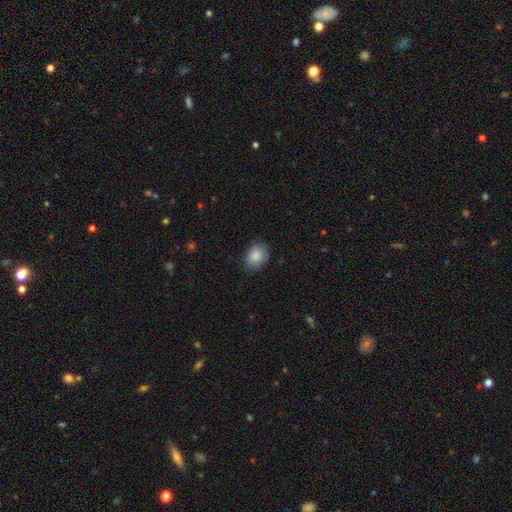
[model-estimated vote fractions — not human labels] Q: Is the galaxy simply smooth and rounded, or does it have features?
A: smooth — 87%.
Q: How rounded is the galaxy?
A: in between — 55%.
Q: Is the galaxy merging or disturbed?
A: none — 78%.